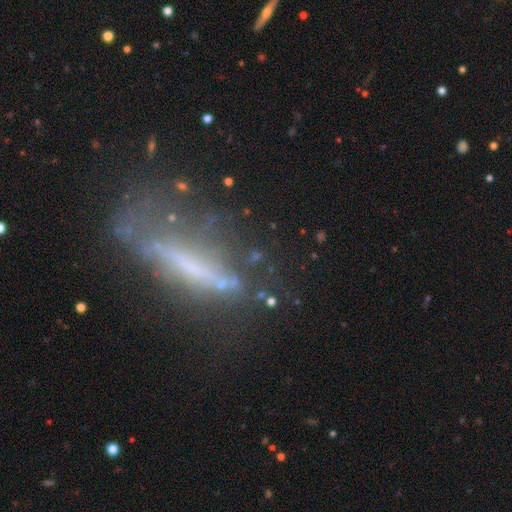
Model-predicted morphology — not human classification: featured or disk 49%, smooth 28%, star or artifact 24%. Down the decision tree: merging — none (62%).